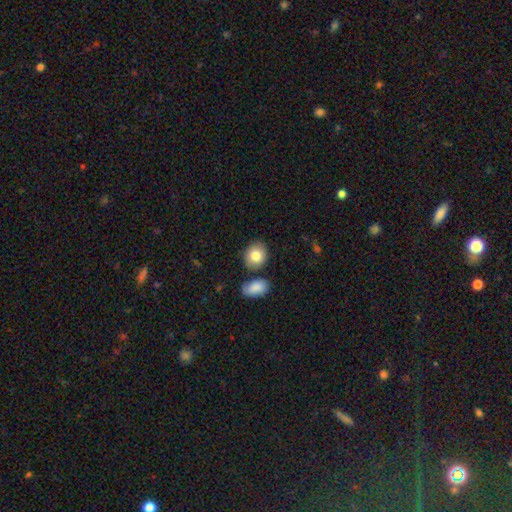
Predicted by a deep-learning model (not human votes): smooth_or_featured: smooth (p=0.83) [alt: featured or disk p=0.10]
how_rounded: round (p=0.56) [alt: in between p=0.43]
merging: none (p=0.76) [alt: minor disturbance p=0.12]